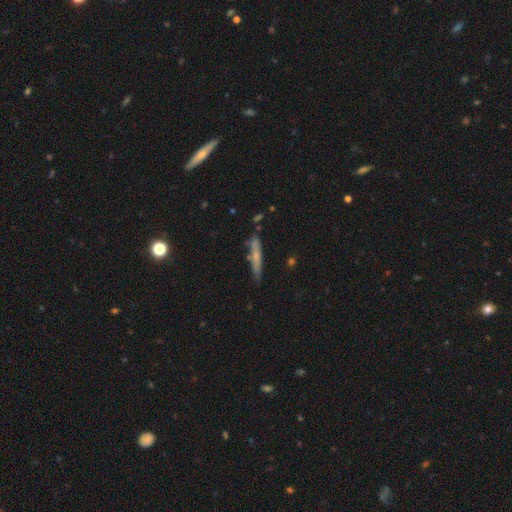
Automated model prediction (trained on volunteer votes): Q: Smooth or featured?
A: smooth (58%); runner-up: featured or disk (34%)
Q: How rounded?
A: cigar-shaped (92%); runner-up: in between (7%)
Q: Merging?
A: none (73%); runner-up: minor disturbance (18%)